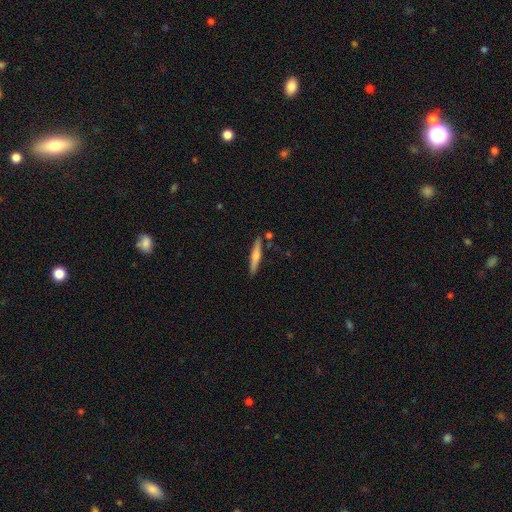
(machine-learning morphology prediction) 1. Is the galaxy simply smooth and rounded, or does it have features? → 49% smooth, 45% featured or disk, 6% star or artifact.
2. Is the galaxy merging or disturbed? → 84% none, 10% minor disturbance, 5% merger, 2% major disturbance.